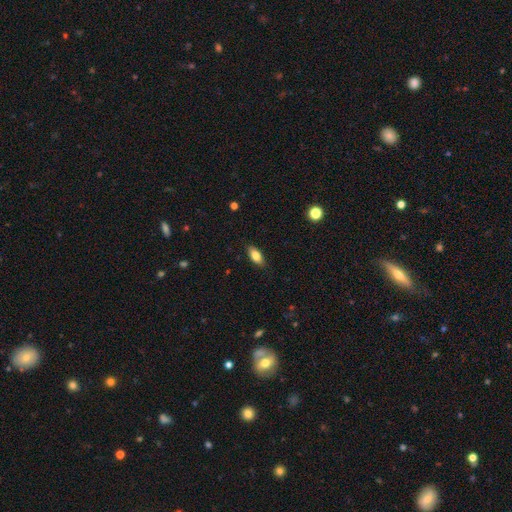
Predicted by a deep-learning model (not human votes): smooth 81%, featured or disk 12%, star or artifact 7%. Down the decision tree: how rounded — in between (88%); merging — none (86%).